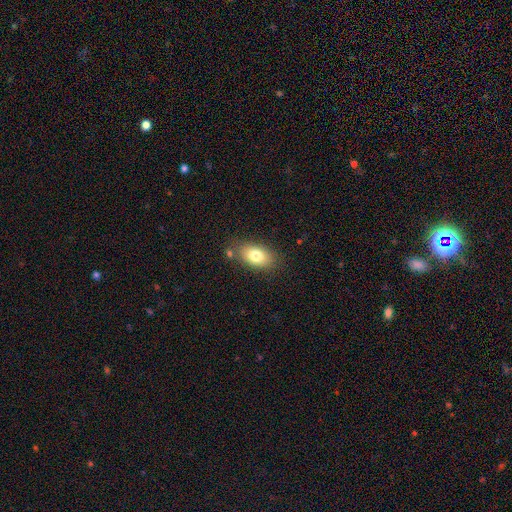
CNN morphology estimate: A smooth galaxy with no disk features (78%) that is in between round and cigar-shaped (89%). Merging: none (76%).